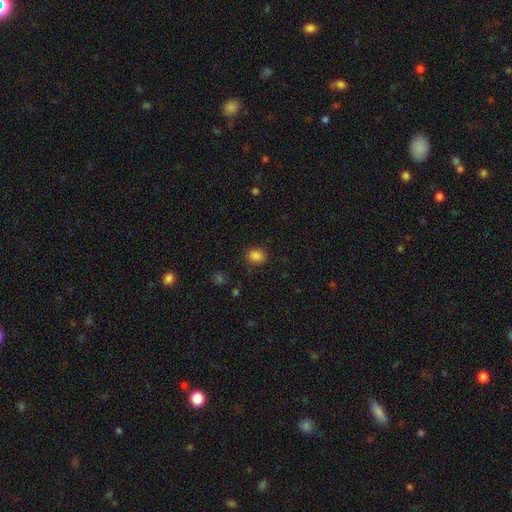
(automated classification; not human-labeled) smooth-or-featured: smooth: 85% | star or artifact: 12% | featured or disk: 4%
  how-rounded: round: 55% | in between: 44% | cigar-shaped: 1%
  merging: none: 84% | minor disturbance: 11% | major disturbance: 3% | merger: 2%